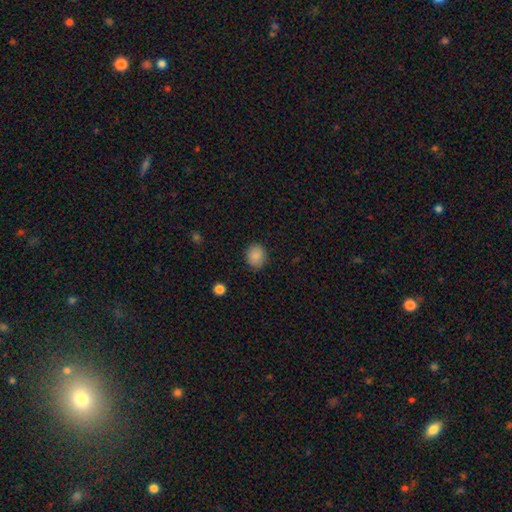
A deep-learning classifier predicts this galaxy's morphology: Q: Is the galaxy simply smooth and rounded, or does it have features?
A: smooth — 87%.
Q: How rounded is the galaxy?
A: round — 66%.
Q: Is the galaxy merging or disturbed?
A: none — 87%.